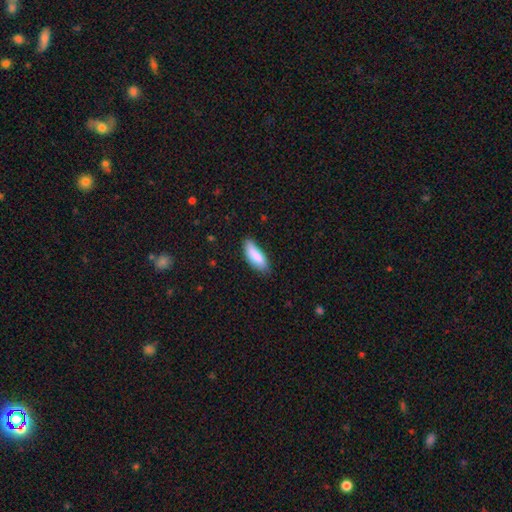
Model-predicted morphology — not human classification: Q: Smooth or featured?
A: smooth (87%); runner-up: featured or disk (8%)
Q: How rounded?
A: in between (70%); runner-up: cigar-shaped (28%)
Q: Merging?
A: none (74%); runner-up: minor disturbance (22%)